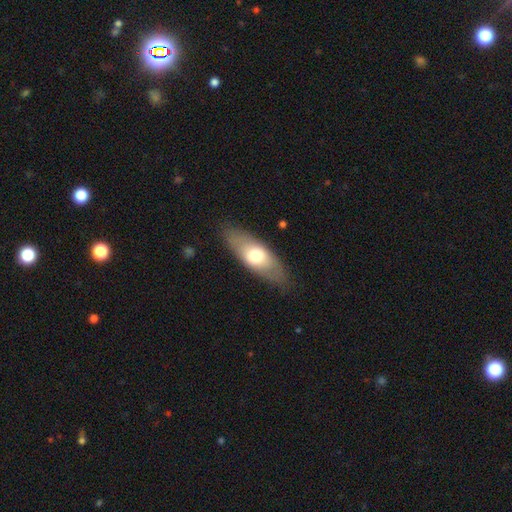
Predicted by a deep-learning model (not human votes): smooth 62%, featured or disk 32%, star or artifact 6%. Down the decision tree: how rounded — in between (74%); merging — none (83%).